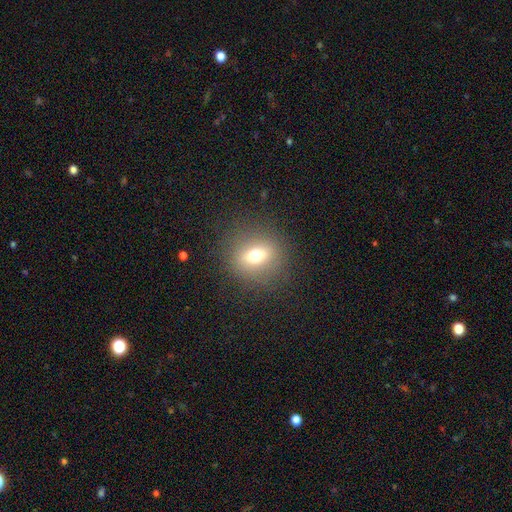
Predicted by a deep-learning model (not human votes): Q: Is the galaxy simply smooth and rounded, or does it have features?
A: smooth — 62%.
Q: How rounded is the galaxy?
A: round — 67%.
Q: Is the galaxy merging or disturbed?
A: none — 86%.